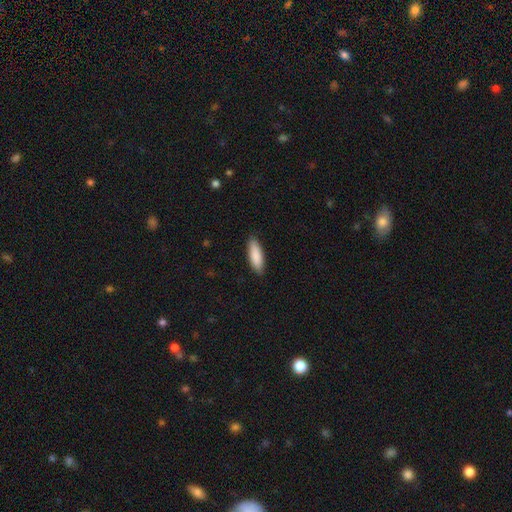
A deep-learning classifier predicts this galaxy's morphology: Smooth or featured? smooth (88%)
How rounded? in between (58%)
Merging? none (88%)